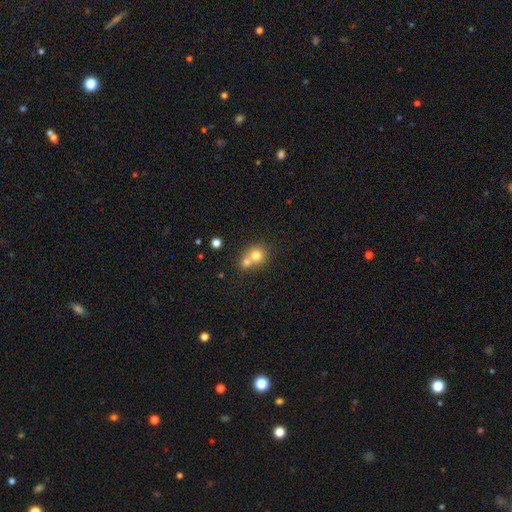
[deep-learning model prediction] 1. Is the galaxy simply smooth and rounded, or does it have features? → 75% smooth, 14% featured or disk, 11% star or artifact.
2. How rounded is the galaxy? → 83% round, 16% in between, 1% cigar-shaped.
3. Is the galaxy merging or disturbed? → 57% merger, 35% none, 6% minor disturbance, 2% major disturbance.